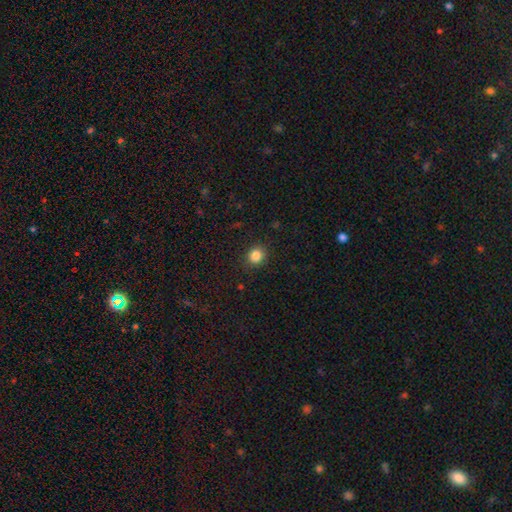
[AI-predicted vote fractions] This is clearly a smooth galaxy (85%). How rounded: clearly round (81%). Merging: clearly none (89%).